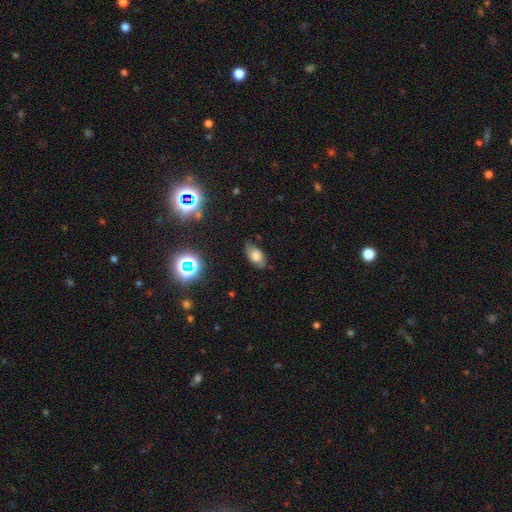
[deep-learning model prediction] This appears to be a smooth galaxy with no disk features (65%) that is in between round and cigar-shaped (90%). Merging: none (72%).